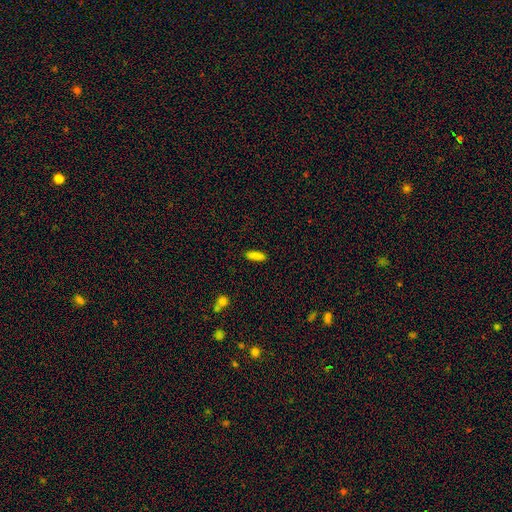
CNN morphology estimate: This is clearly a smooth galaxy (87%). How rounded: likely in between (61%). Merging: clearly none (88%).